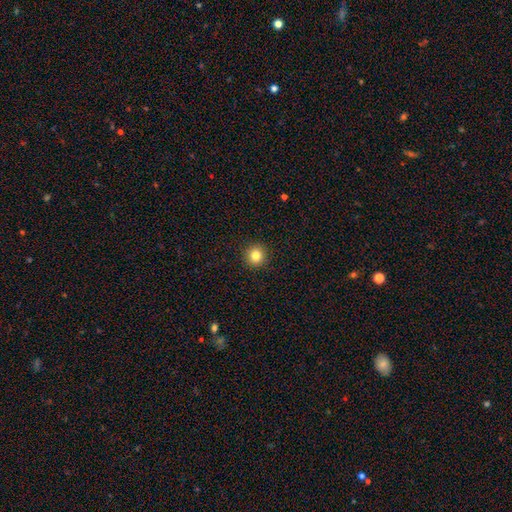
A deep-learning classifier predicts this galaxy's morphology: Overall: smooth (83%). How rounded: round (91%). Merging: none (92%).